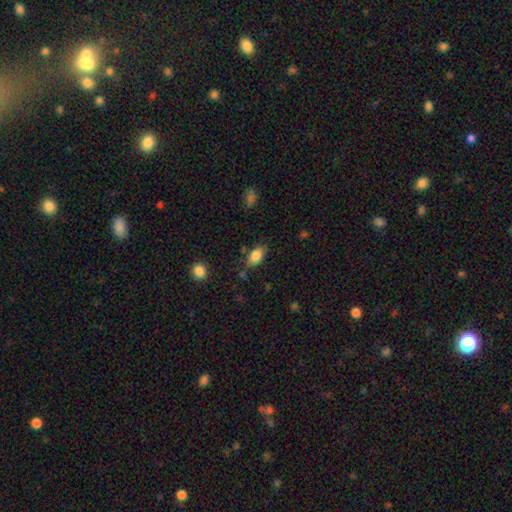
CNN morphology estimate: A smooth galaxy with no disk features (85%) that is in between round and cigar-shaped (90%).

Vote fractions:
- Smooth or featured? smooth: 85% / star or artifact: 8% / featured or disk: 7%
- How rounded? in between: 90% / round: 6% / cigar-shaped: 4%
- Merging? none: 72% / minor disturbance: 19% / major disturbance: 5% / merger: 4%